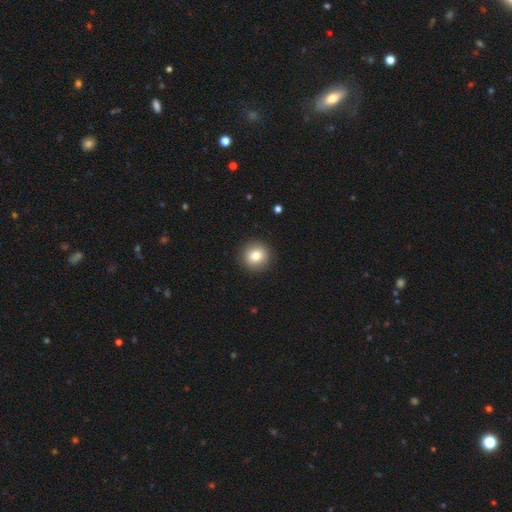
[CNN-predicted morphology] A smooth galaxy with no disk features (80%) that is round (94%).

Vote fractions:
- Smooth or featured? smooth: 80% / featured or disk: 10% / star or artifact: 9%
- How rounded? round: 94% / in between: 5% / cigar-shaped: 1%
- Merging? none: 92% / minor disturbance: 5% / major disturbance: 2% / merger: 1%